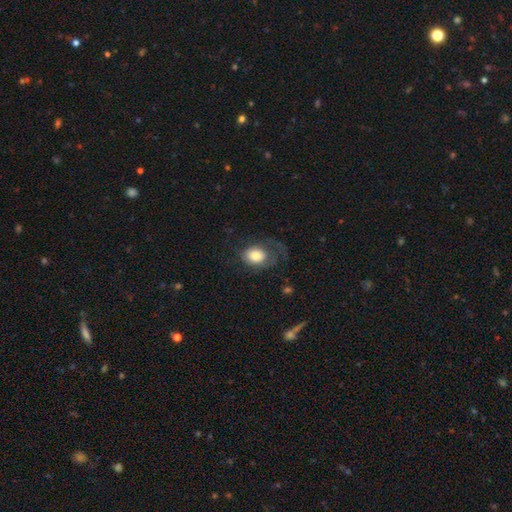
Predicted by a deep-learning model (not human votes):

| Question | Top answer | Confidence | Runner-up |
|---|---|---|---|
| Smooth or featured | smooth | 71% | featured or disk (21%) |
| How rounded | in between | 60% | round (39%) |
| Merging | none | 40% | major disturbance (36%) |